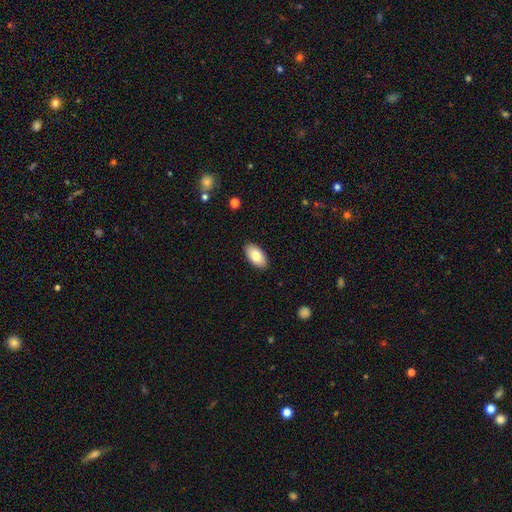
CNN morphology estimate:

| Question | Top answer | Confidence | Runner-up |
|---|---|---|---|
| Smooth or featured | smooth | 79% | featured or disk (15%) |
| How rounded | in between | 95% | round (3%) |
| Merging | none | 89% | minor disturbance (8%) |